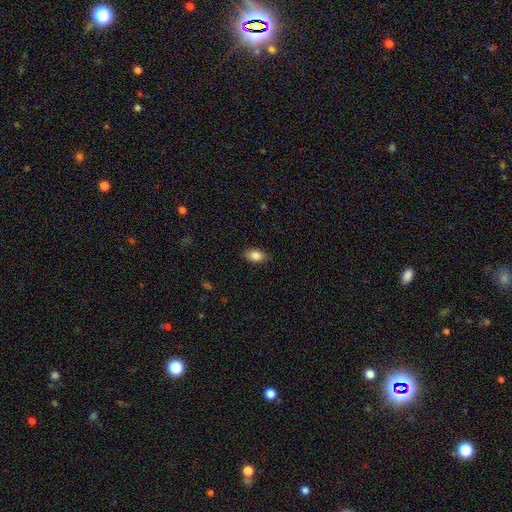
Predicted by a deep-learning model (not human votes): A smooth galaxy with no disk features (84%) that is in between round and cigar-shaped (90%). Merging: none (87%).